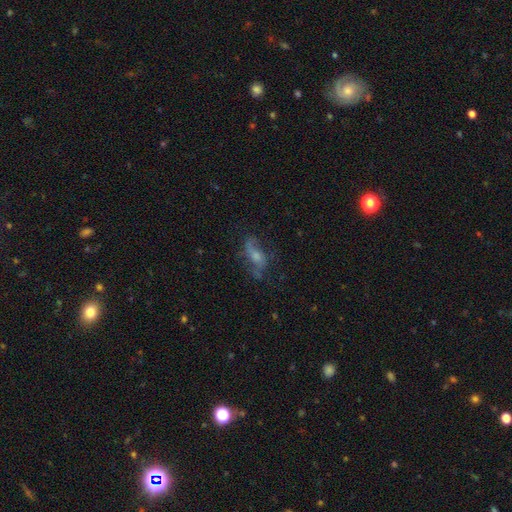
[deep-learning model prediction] Smooth or featured: featured or disk — 57% (smooth — 29%)
Edge-on disk: no — 86% (yes — 14%)
Merging: none — 55% (minor disturbance — 22%)